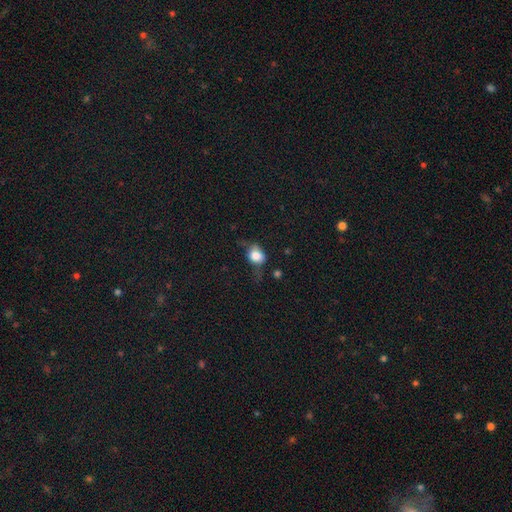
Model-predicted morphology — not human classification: Smooth or featured? smooth (72%)
How rounded? in between (50%)
Merging? none (43%)